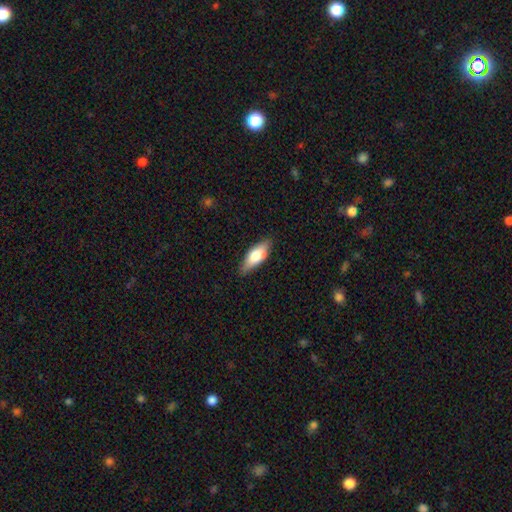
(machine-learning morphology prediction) Smooth or featured: smooth — 70% (featured or disk — 24%)
How rounded: in between — 72% (cigar-shaped — 26%)
Merging: none — 83% (minor disturbance — 14%)